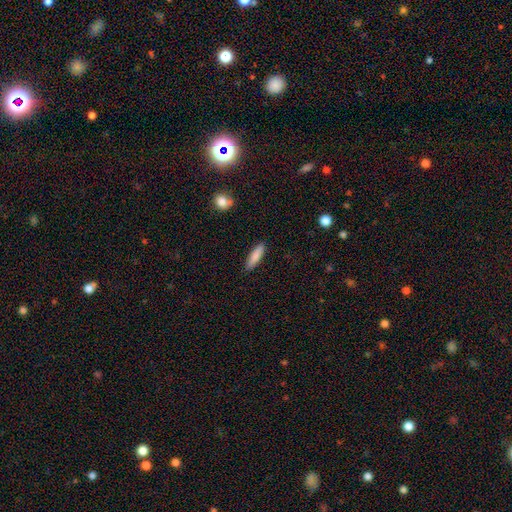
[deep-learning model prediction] A smooth galaxy with no disk features (85%) that is cigar-shaped (70%). Merging: none (88%).